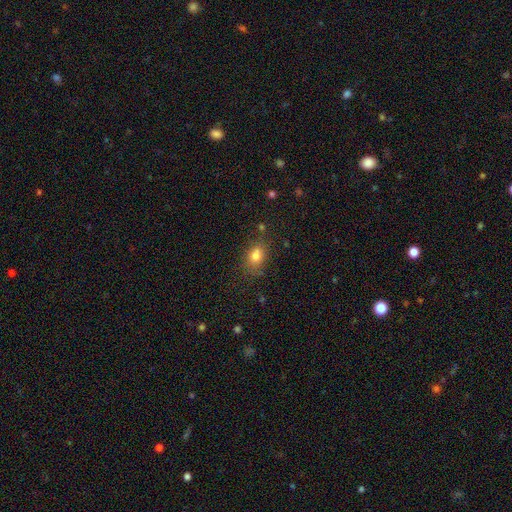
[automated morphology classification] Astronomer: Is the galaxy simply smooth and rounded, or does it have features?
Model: smooth — 80%.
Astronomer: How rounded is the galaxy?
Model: in between — 73%.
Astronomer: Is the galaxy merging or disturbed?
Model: none — 72%.